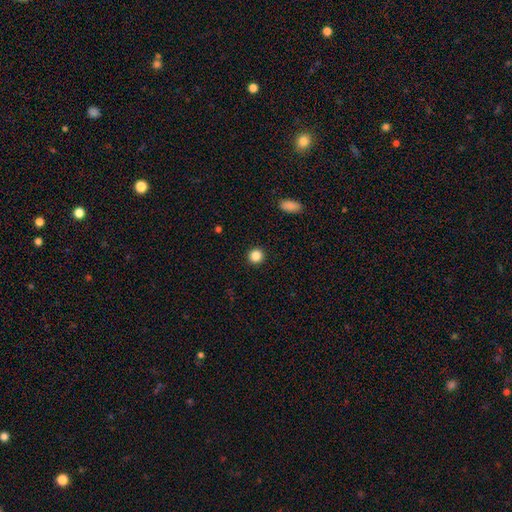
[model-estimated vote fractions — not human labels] smooth_or_featured: smooth (p=0.85) [alt: star or artifact p=0.11]
how_rounded: round (p=0.94) [alt: in between p=0.05]
merging: none (p=0.93) [alt: minor disturbance p=0.04]